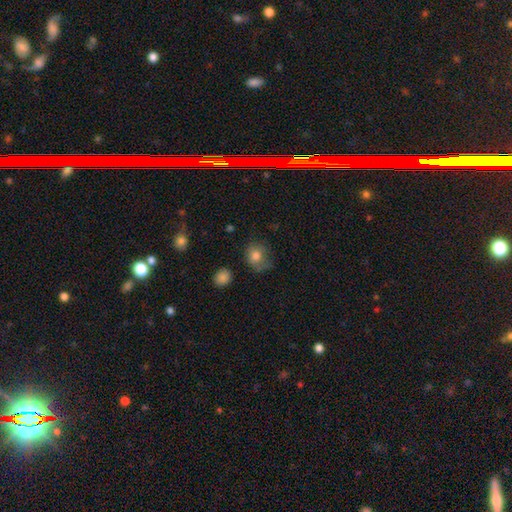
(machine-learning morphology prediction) Smooth or featured? Predicted: smooth (p=0.77). How rounded? Predicted: round (p=0.68). Merging? Predicted: none (p=0.50).